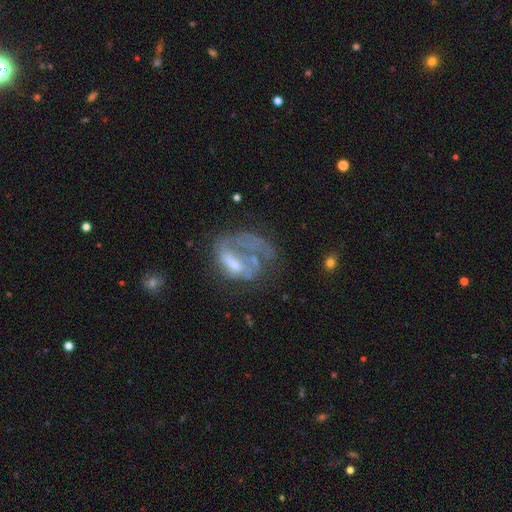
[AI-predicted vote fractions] Smooth or featured: featured or disk — 64% (smooth — 24%)
Edge-on disk: no — 96% (yes — 4%)
Bar: no — 57% (weak — 31%)
Spiral arms: no — 55% (yes — 45%)
Bulge size: none — 34% (moderate — 32%)
Merging: major disturbance — 46% (none — 29%)